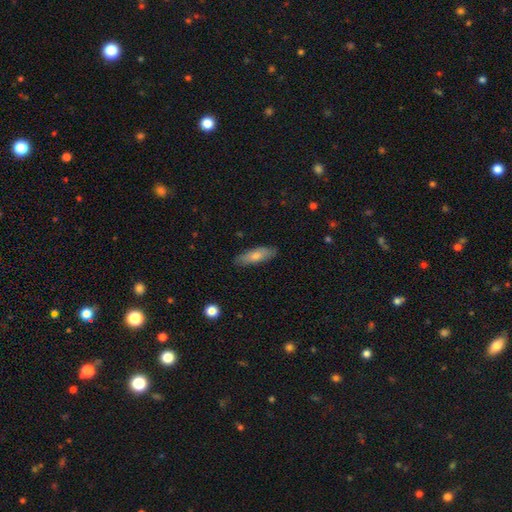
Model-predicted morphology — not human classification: smooth-or-featured: smooth: 68% | featured or disk: 25% | star or artifact: 7%
  how-rounded: cigar-shaped: 51% | in between: 47% | round: 2%
  merging: none: 87% | minor disturbance: 10% | major disturbance: 2% | merger: 1%